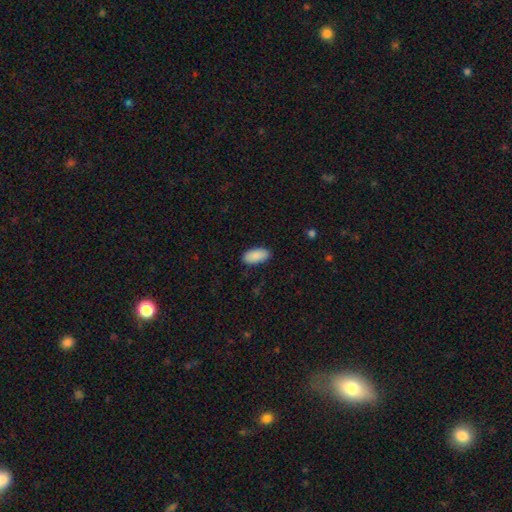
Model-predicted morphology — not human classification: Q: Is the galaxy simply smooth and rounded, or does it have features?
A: smooth — 90%.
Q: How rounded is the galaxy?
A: in between — 94%.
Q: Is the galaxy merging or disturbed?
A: none — 87%.